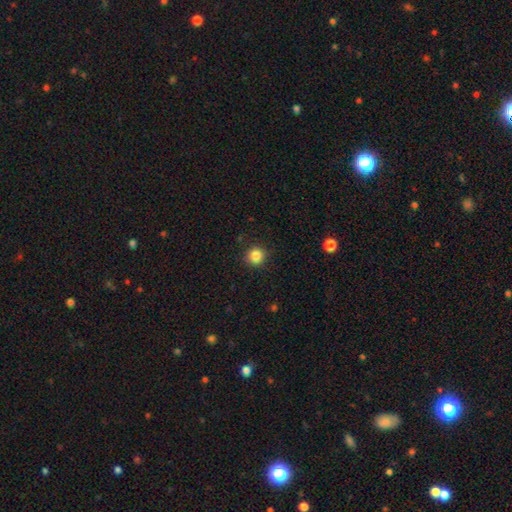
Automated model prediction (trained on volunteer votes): Smooth or featured? Predicted: smooth (p=0.85). How rounded? Predicted: round (p=0.92). Merging? Predicted: none (p=0.90).